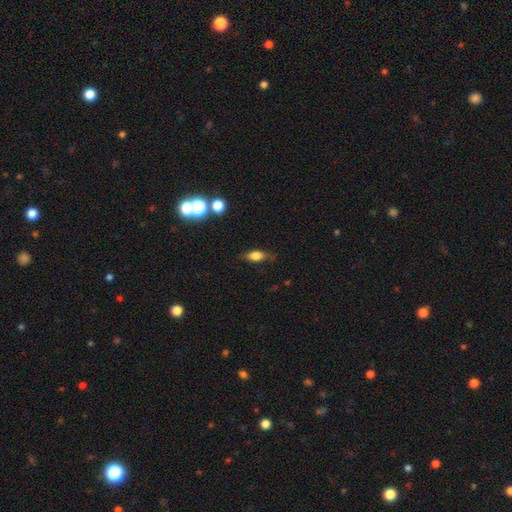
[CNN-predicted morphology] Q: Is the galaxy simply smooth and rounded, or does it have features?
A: smooth — 67%.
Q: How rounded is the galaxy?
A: in between — 70%.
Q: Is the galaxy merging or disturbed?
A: none — 74%.